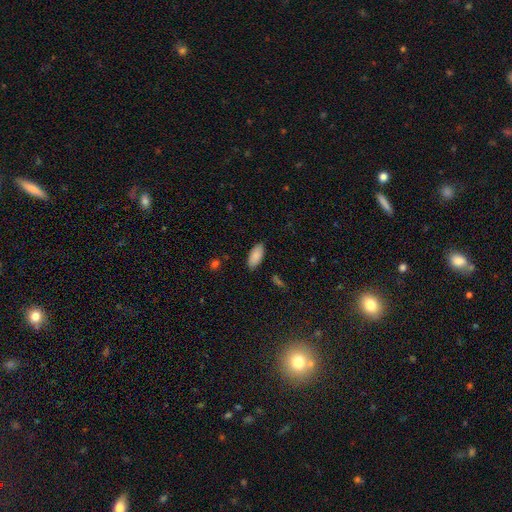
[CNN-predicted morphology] Smooth or featured? Predicted: smooth (p=0.88). How rounded? Predicted: in between (p=0.90). Merging? Predicted: none (p=0.86).